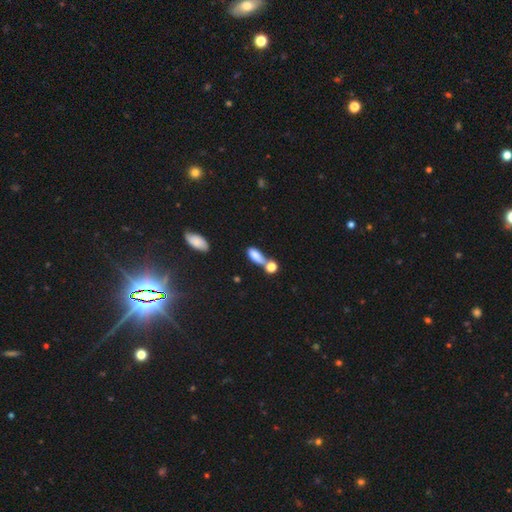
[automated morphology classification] A smooth galaxy with no disk features (79%) that is in between round and cigar-shaped (78%).

Vote fractions:
- Smooth or featured? smooth: 79% / featured or disk: 12% / star or artifact: 9%
- How rounded? in between: 78% / cigar-shaped: 16% / round: 6%
- Merging? merger: 42% / none: 35% / minor disturbance: 15% / major disturbance: 8%